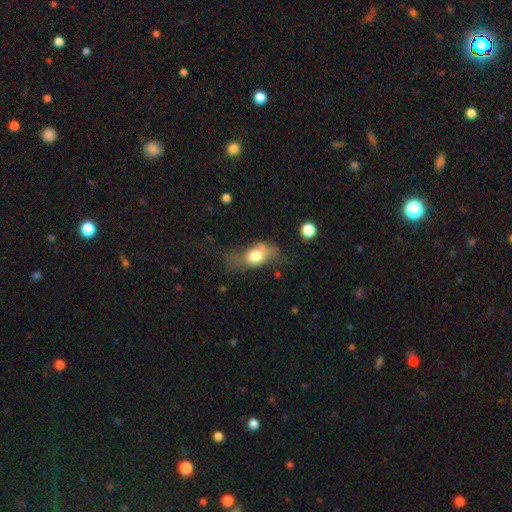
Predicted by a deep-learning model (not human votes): Morphology: type=smooth (67%); roundness=in between (77%); merging=major disturbance (35%).